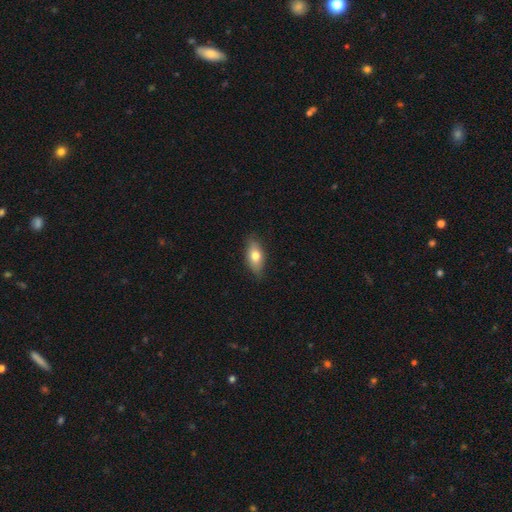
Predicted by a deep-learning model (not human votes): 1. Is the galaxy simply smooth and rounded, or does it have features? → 72% smooth, 21% featured or disk, 7% star or artifact.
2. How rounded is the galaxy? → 84% in between, 10% cigar-shaped, 6% round.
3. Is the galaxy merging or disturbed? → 83% none, 14% minor disturbance, 2% major disturbance, 1% merger.